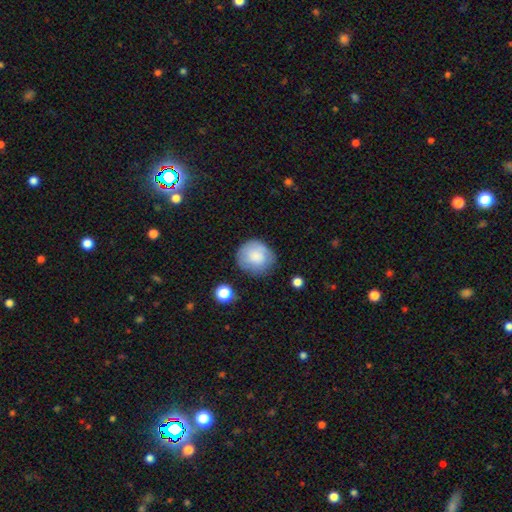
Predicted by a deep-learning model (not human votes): Overall: smooth (76%). How rounded: round (85%). Merging: none (69%).